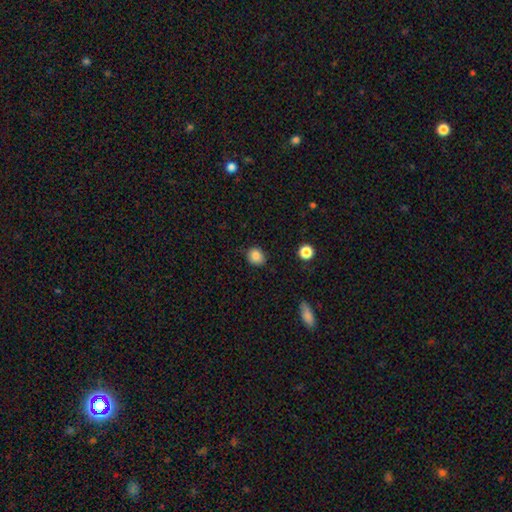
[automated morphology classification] A smooth galaxy with no disk features (85%) that is round (69%).

Vote fractions:
- Smooth or featured? smooth: 85% / star or artifact: 10% / featured or disk: 5%
- How rounded? round: 69% / in between: 30% / cigar-shaped: 1%
- Merging? none: 83% / minor disturbance: 13% / major disturbance: 3% / merger: 1%